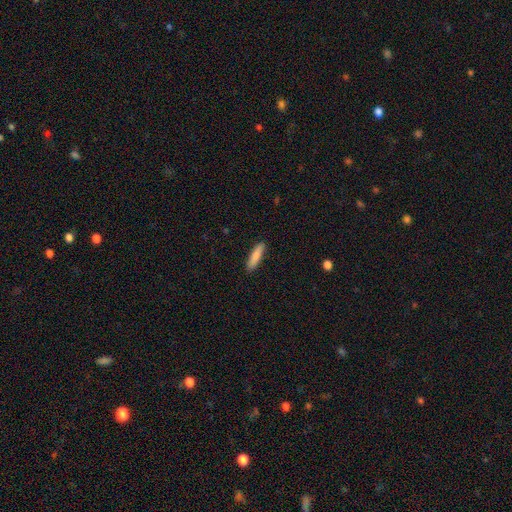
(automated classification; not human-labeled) A smooth galaxy with no disk features (82%) that is cigar-shaped (78%).

Vote fractions:
- Smooth or featured? smooth: 82% / featured or disk: 12% / star or artifact: 6%
- How rounded? cigar-shaped: 78% / in between: 20% / round: 1%
- Merging? none: 89% / minor disturbance: 8% / major disturbance: 2% / merger: 1%